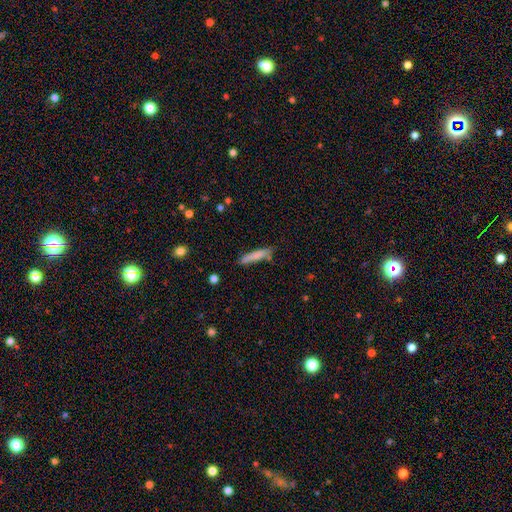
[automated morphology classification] smooth 79%, featured or disk 14%, star or artifact 7%. Down the decision tree: how rounded — cigar-shaped (88%); merging — none (76%).